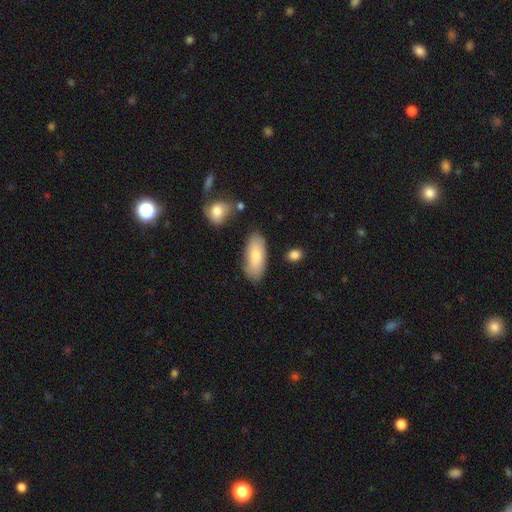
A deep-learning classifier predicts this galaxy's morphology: Smooth or featured?
  - smooth: 77% *
  - featured or disk: 17%
  - star or artifact: 6%
How rounded?
  - in between: 87% *
  - cigar-shaped: 10%
  - round: 2%
Merging?
  - none: 79% *
  - minor disturbance: 14%
  - merger: 4%
  - major disturbance: 3%